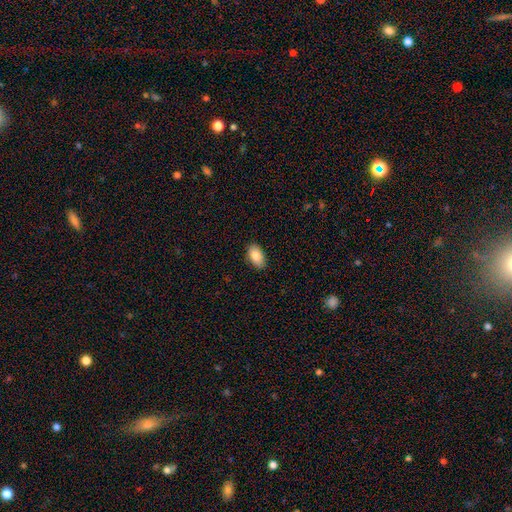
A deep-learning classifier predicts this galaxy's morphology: smooth-or-featured: smooth: 85% | featured or disk: 8% | star or artifact: 7%
  how-rounded: in between: 93% | round: 5% | cigar-shaped: 2%
  merging: none: 88% | minor disturbance: 9% | major disturbance: 2% | merger: 1%